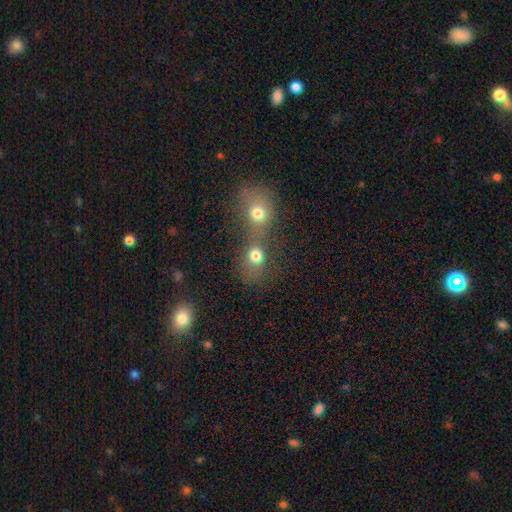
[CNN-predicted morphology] smooth-or-featured: smooth: 74% | star or artifact: 15% | featured or disk: 12%
  how-rounded: round: 71% | in between: 28% | cigar-shaped: 1%
  merging: merger: 62% | none: 27% | minor disturbance: 6% | major disturbance: 5%